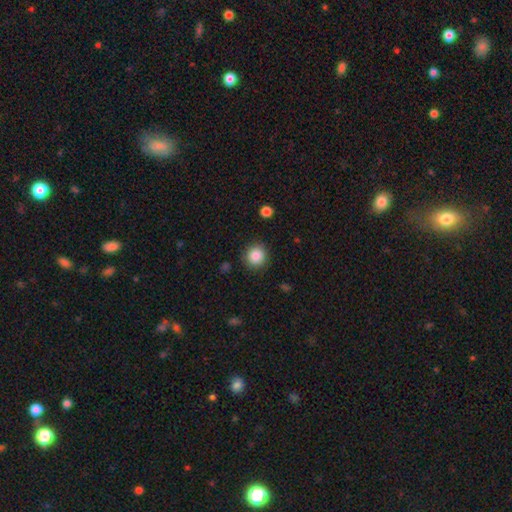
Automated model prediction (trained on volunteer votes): Smooth or featured?
  - smooth: 86% *
  - star or artifact: 9%
  - featured or disk: 4%
How rounded?
  - round: 91% *
  - in between: 8%
  - cigar-shaped: 1%
Merging?
  - none: 88% *
  - minor disturbance: 8%
  - major disturbance: 3%
  - merger: 1%